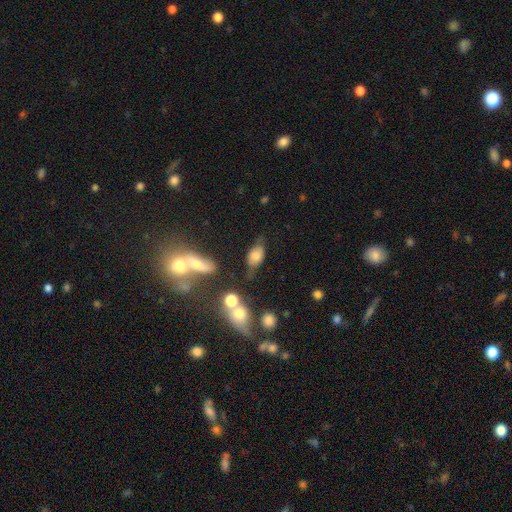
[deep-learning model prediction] A smooth galaxy with no disk features (69%) that is in between round and cigar-shaped (86%).

Vote fractions:
- Smooth or featured? smooth: 69% / featured or disk: 20% / star or artifact: 11%
- How rounded? in between: 86% / round: 10% / cigar-shaped: 4%
- Merging? none: 54% / minor disturbance: 27% / major disturbance: 11% / merger: 8%